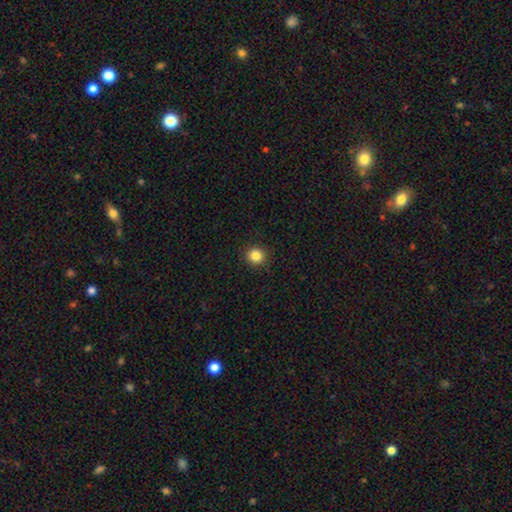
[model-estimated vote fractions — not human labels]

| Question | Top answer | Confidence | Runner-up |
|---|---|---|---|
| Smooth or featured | smooth | 84% | star or artifact (11%) |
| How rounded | round | 94% | in between (6%) |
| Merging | none | 93% | minor disturbance (5%) |